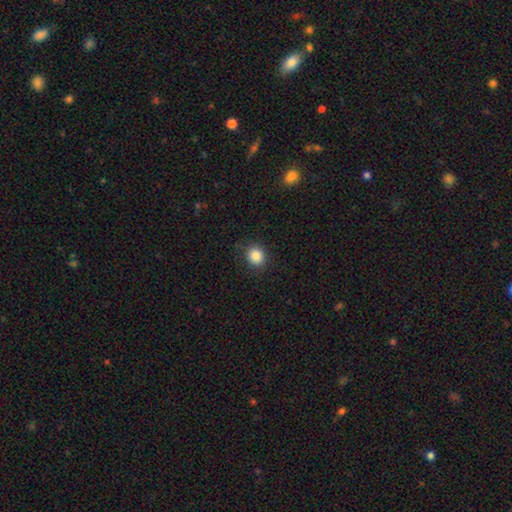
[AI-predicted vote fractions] smooth-or-featured: smooth: 87% | star or artifact: 10% | featured or disk: 3%
  how-rounded: round: 73% | in between: 26% | cigar-shaped: 1%
  merging: none: 85% | minor disturbance: 10% | major disturbance: 3% | merger: 1%